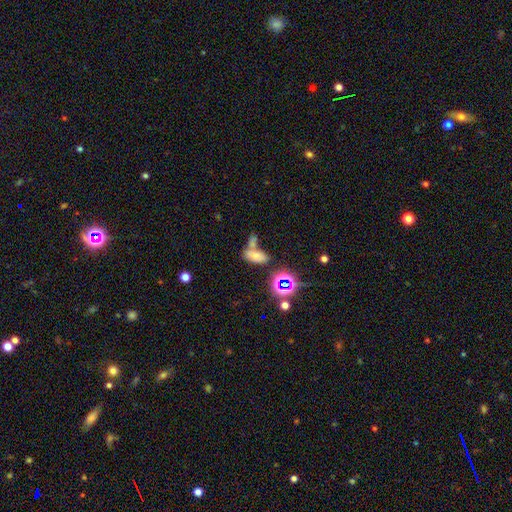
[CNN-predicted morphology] This appears to be a smooth galaxy with no disk features (64%) that is in between round and cigar-shaped (85%). Merging: merger (46%).